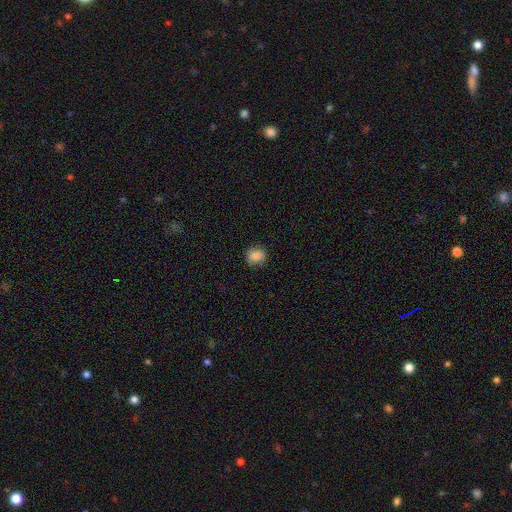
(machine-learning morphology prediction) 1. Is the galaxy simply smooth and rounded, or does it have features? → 85% smooth, 10% star or artifact, 5% featured or disk.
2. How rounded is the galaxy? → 82% round, 17% in between, 1% cigar-shaped.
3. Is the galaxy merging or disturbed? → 84% none, 13% minor disturbance, 3% major disturbance, 1% merger.